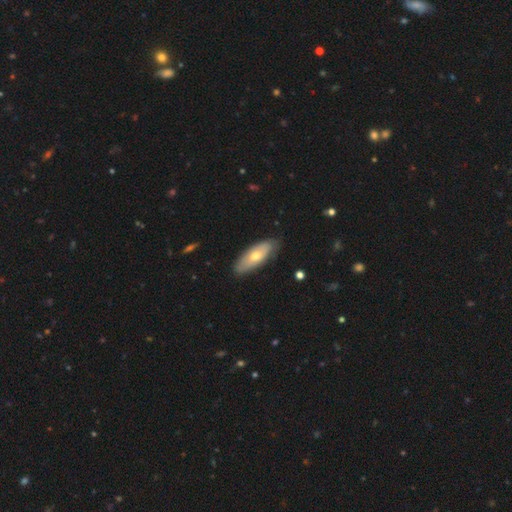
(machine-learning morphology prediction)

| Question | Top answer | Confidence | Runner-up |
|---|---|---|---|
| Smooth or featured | smooth | 54% | featured or disk (40%) |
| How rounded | in between | 77% | cigar-shaped (20%) |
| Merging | none | 81% | minor disturbance (15%) |